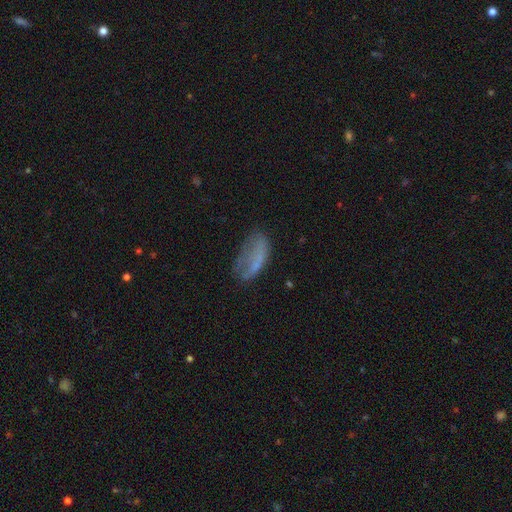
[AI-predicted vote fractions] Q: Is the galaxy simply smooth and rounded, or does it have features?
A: smooth — 58%.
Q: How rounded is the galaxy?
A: in between — 80%.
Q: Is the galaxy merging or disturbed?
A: none — 43%.